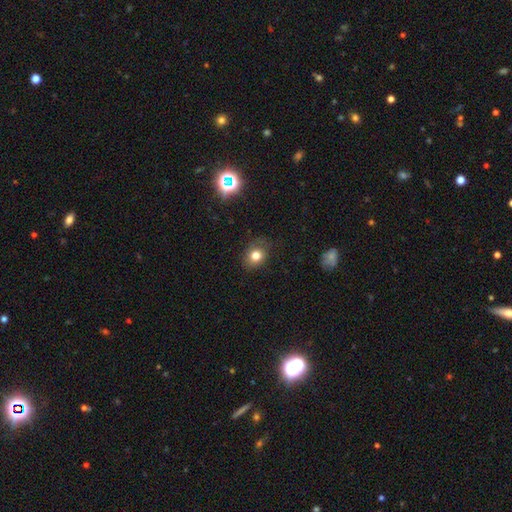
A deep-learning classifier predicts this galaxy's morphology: smooth 76%, star or artifact 14%, featured or disk 10%. Down the decision tree: how rounded — round (56%); merging — none (74%).